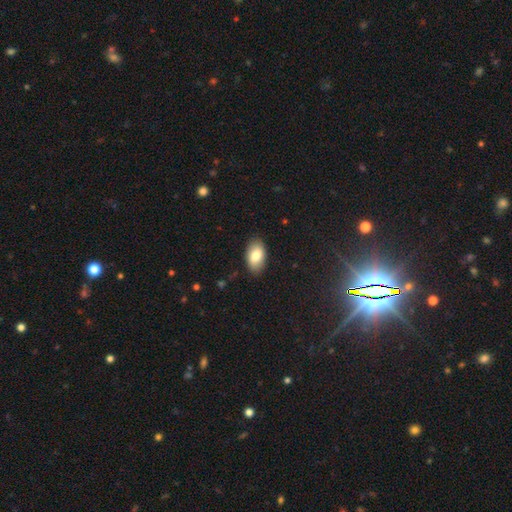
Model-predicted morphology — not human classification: This is clearly a smooth galaxy (81%). How rounded: clearly in between (94%). Merging: clearly none (86%).